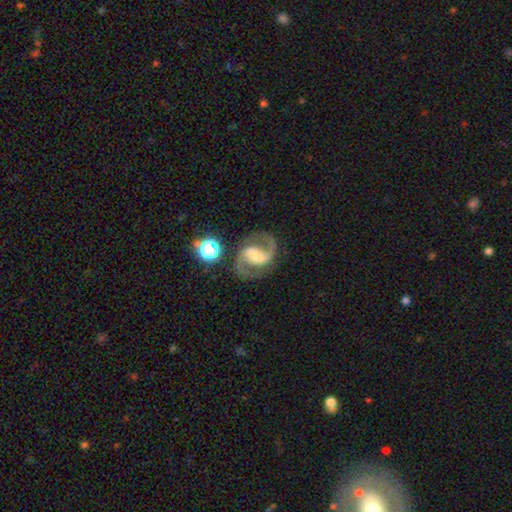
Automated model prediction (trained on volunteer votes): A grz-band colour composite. It shows a featured or disk galaxy (89%) with a weak bar (43%), 2 (94%) medium (60%) spiral arms (98%) and a small central bulge (33%). Merging: none (79%).